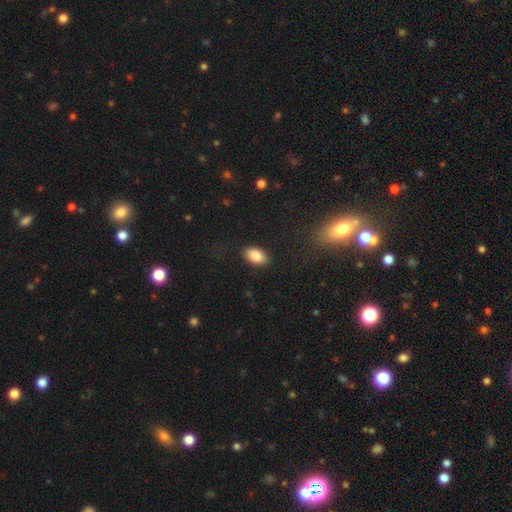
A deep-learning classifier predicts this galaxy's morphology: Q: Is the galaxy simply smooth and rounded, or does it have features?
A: smooth — 86%.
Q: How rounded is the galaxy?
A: in between — 92%.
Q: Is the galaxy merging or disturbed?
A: none — 87%.